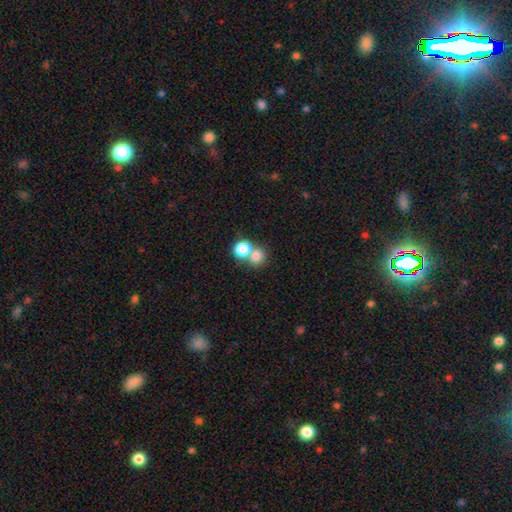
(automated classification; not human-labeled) Overall: smooth (77%). How rounded: round (80%). Merging: merger (52%; none 40%).